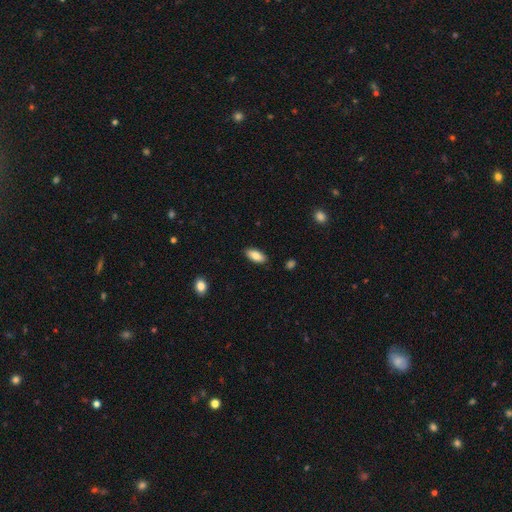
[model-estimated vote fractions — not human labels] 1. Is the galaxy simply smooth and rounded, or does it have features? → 86% smooth, 7% featured or disk, 7% star or artifact.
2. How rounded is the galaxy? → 86% in between, 12% cigar-shaped, 2% round.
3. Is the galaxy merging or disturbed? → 88% none, 9% minor disturbance, 2% major disturbance, 1% merger.